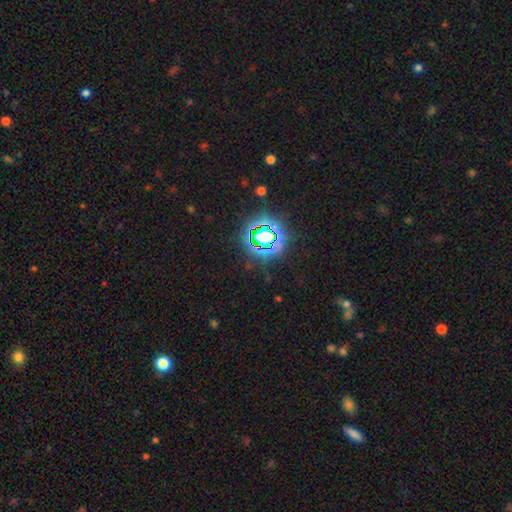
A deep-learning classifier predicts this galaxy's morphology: Smooth or featured: star or artifact — 77% (smooth — 15%)